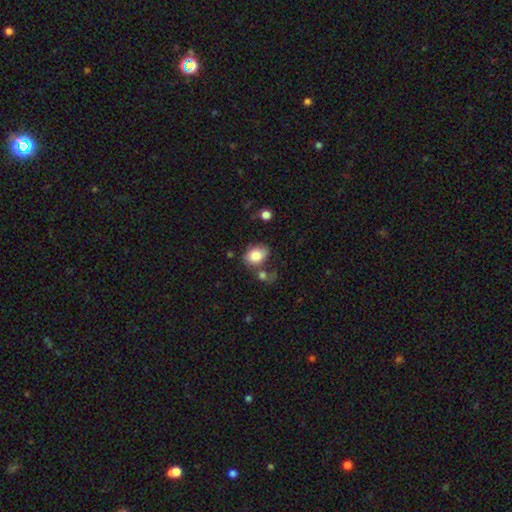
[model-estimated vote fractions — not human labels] Q: Smooth or featured?
A: smooth (84%); runner-up: featured or disk (9%)
Q: How rounded?
A: in between (75%); runner-up: round (24%)
Q: Merging?
A: none (55%); runner-up: minor disturbance (20%)